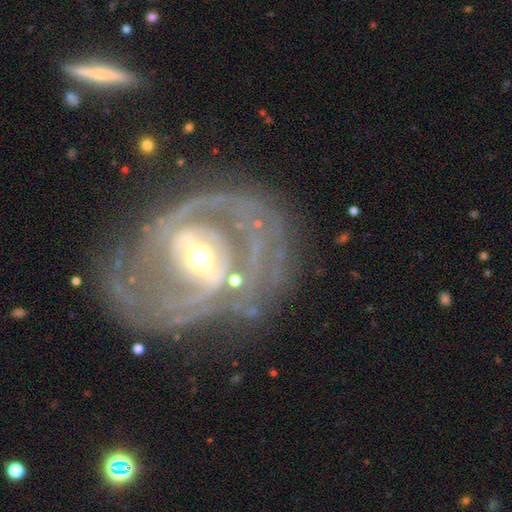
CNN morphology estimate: Smooth or featured? featured or disk (89%)
Edge-on disk? no (96%)
Bar? strong (45%)
Spiral arms? yes (91%)
Spiral winding? tight (49%)
Spiral arm count? 2 (52%)
Bulge size? moderate (62%)
Merging? none (63%)